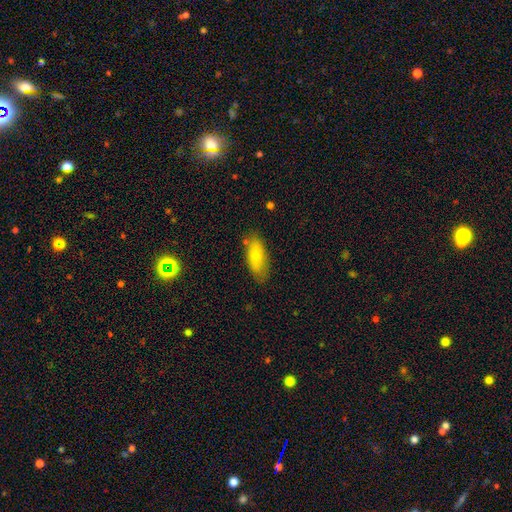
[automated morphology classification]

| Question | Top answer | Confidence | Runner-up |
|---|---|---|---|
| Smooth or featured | smooth | 74% | featured or disk (20%) |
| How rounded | in between | 80% | cigar-shaped (18%) |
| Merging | none | 75% | minor disturbance (18%) |